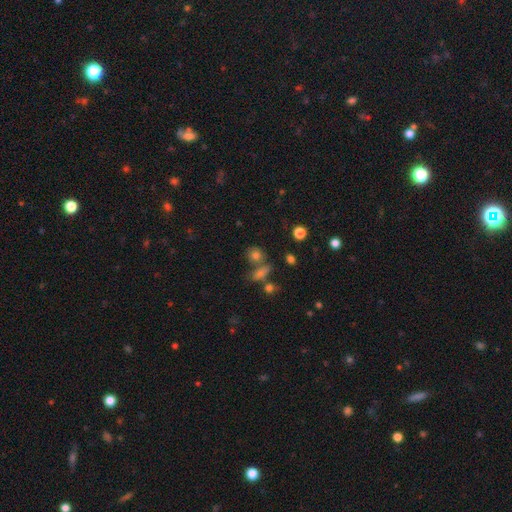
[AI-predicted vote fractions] Morphology: type=smooth (42%); merging=none (47%).